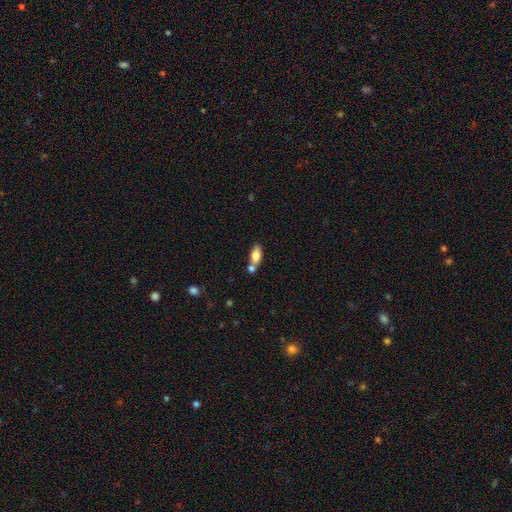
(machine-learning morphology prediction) smooth 79%, featured or disk 13%, star or artifact 7%. Down the decision tree: how rounded — in between (85%); merging — none (53%).